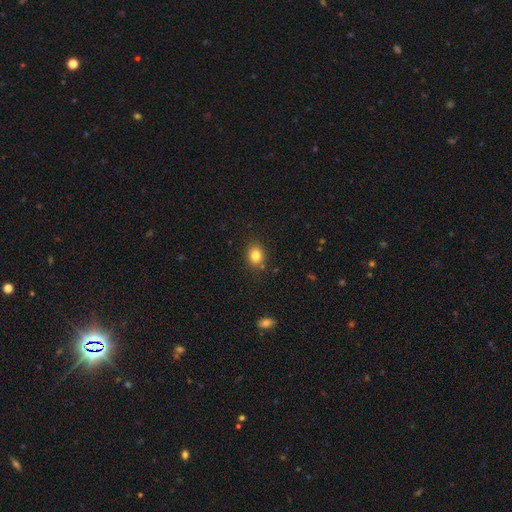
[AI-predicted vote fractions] This is clearly a smooth galaxy (83%). How rounded: likely round (66%). Merging: clearly none (83%).